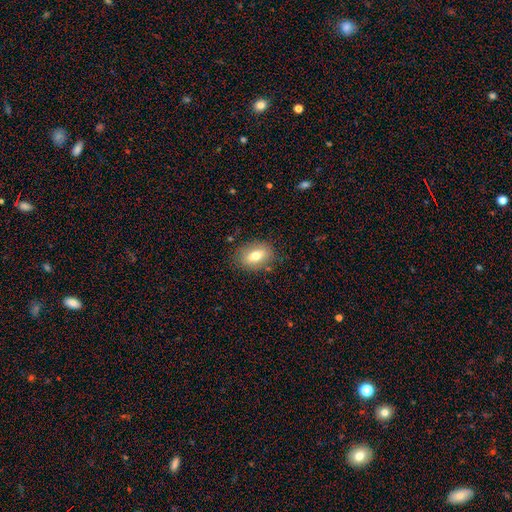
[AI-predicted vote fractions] Overall: smooth (69%). How rounded: in between (81%). Merging: none (81%).